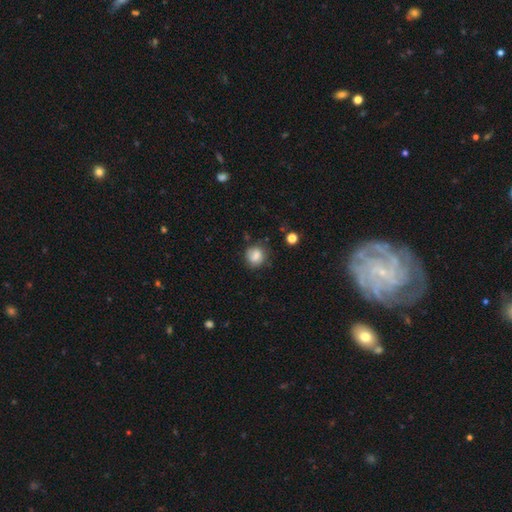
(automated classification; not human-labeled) Smooth or featured?
  - smooth: 80% *
  - star or artifact: 10%
  - featured or disk: 10%
How rounded?
  - round: 75% *
  - in between: 24%
  - cigar-shaped: 1%
Merging?
  - none: 67% *
  - minor disturbance: 22%
  - major disturbance: 7%
  - merger: 4%